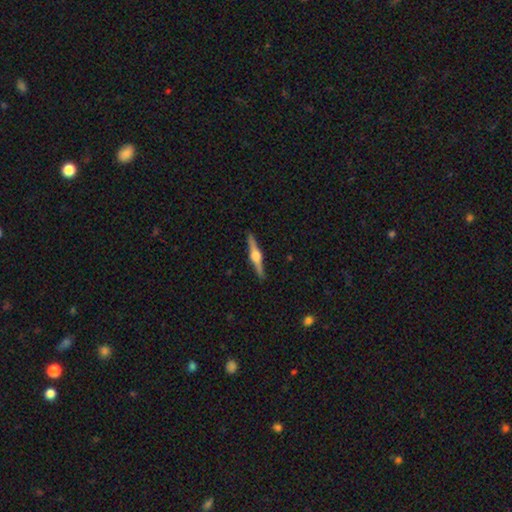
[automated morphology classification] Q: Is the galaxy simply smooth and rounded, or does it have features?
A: featured or disk — 79%.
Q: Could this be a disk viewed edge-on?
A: yes — 98%.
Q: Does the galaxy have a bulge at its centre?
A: rounded — 93%.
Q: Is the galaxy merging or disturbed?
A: none — 92%.